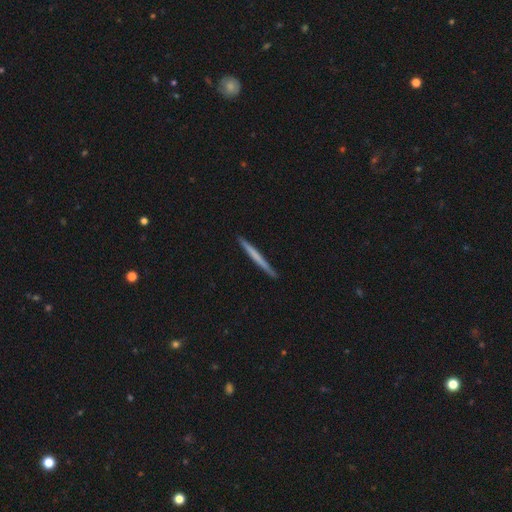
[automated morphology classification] A smooth galaxy with no disk features (53%) that is cigar-shaped (97%). Merging: none (92%).